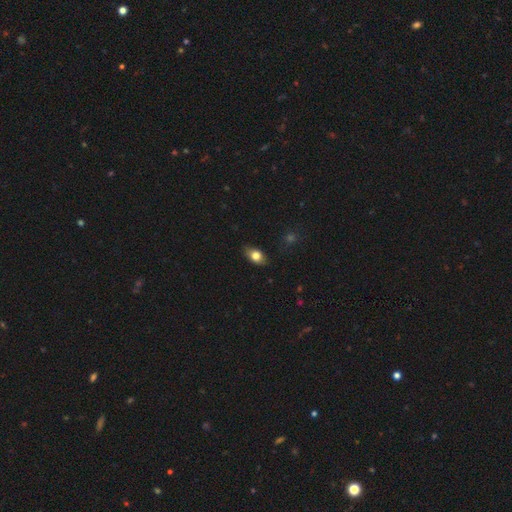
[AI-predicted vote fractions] This is likely a smooth galaxy (76%). How rounded: likely in between (79%). Merging: likely none (78%).